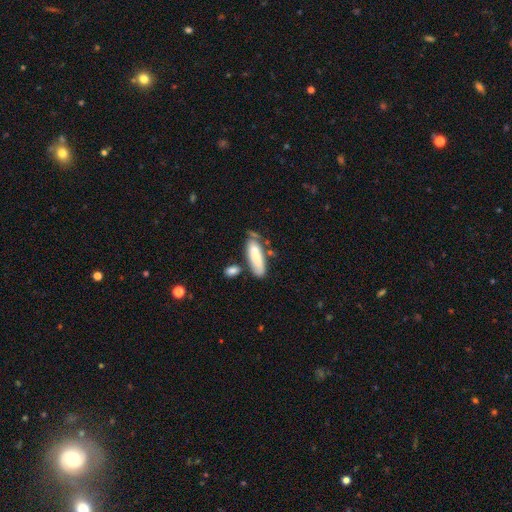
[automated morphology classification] Smooth or featured?
  - smooth: 68% *
  - featured or disk: 26%
  - star or artifact: 6%
How rounded?
  - in between: 61% *
  - cigar-shaped: 37%
  - round: 2%
Merging?
  - none: 48% *
  - minor disturbance: 27%
  - merger: 16%
  - major disturbance: 9%